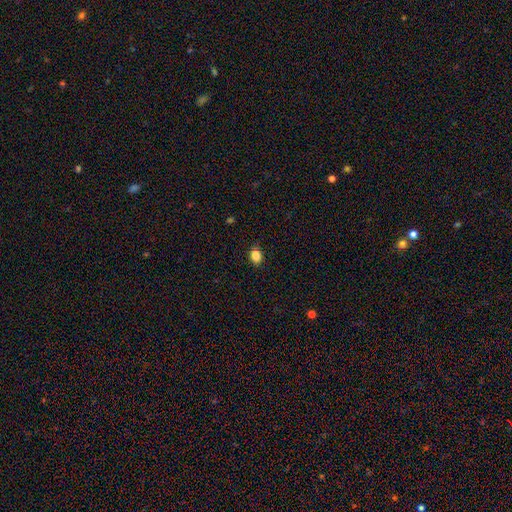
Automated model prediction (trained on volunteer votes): Smooth or featured? Predicted: smooth (p=0.86). How rounded? Predicted: in between (p=0.68). Merging? Predicted: none (p=0.86).